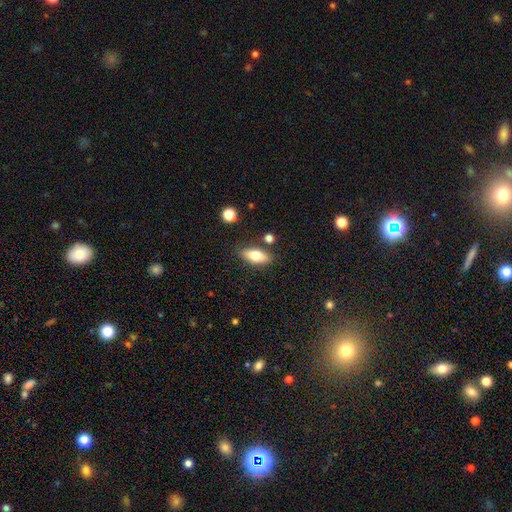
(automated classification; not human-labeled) A smooth galaxy with no disk features (64%) that is in between round and cigar-shaped (74%).

Vote fractions:
- Smooth or featured? smooth: 64% / featured or disk: 29% / star or artifact: 7%
- How rounded? in between: 74% / cigar-shaped: 22% / round: 4%
- Merging? none: 82% / minor disturbance: 11% / merger: 4% / major disturbance: 3%